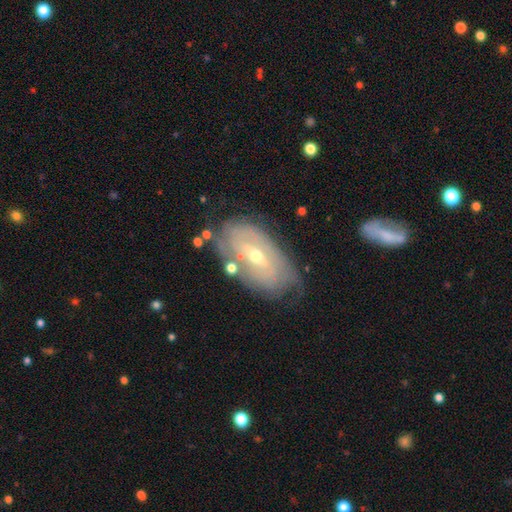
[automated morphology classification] Smooth or featured? Predicted: featured or disk (p=0.78). Edge-on disk? Predicted: no (p=0.92). Bar? Predicted: weak (p=0.42). Spiral arms? Predicted: yes (p=0.79). Spiral winding? Predicted: tight (p=0.70). Spiral arm count? Predicted: can't tell (p=0.51). Bulge size? Predicted: small (p=0.55). Merging? Predicted: none (p=0.67).